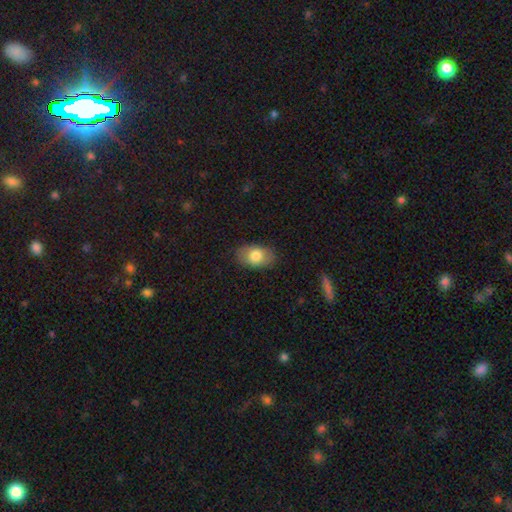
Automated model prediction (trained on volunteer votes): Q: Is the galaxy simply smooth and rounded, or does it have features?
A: smooth — 78%.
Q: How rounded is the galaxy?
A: in between — 88%.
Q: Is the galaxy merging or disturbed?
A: none — 84%.